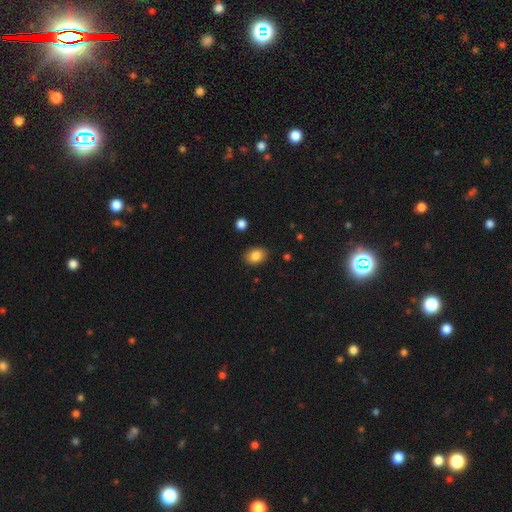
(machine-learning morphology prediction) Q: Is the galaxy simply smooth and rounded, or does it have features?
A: smooth — 85%.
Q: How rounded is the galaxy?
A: in between — 70%.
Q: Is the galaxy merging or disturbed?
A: none — 85%.